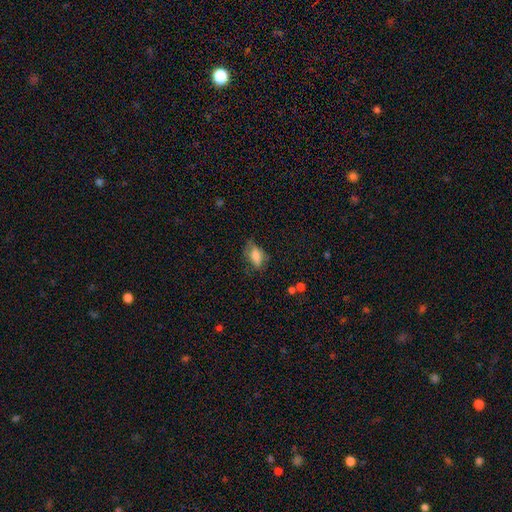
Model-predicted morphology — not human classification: Smooth or featured: smooth — 75% (featured or disk — 17%)
How rounded: in between — 86% (round — 7%)
Merging: none — 53% (minor disturbance — 30%)